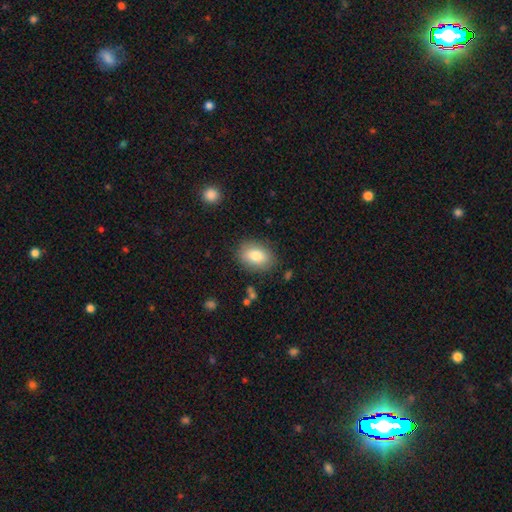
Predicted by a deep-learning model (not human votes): A smooth galaxy with no disk features (81%) that is in between round and cigar-shaped (78%). Merging: none (84%).